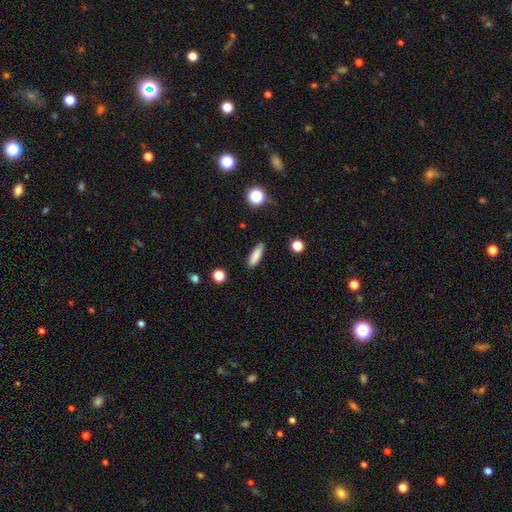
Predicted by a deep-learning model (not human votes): Q: Smooth or featured?
A: smooth (83%); runner-up: featured or disk (9%)
Q: How rounded?
A: cigar-shaped (61%); runner-up: in between (36%)
Q: Merging?
A: none (88%); runner-up: minor disturbance (8%)